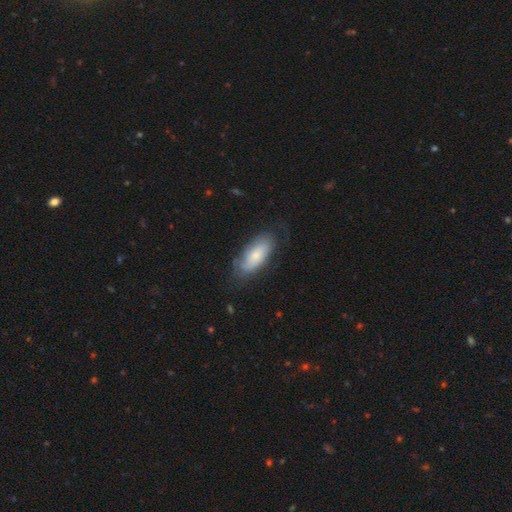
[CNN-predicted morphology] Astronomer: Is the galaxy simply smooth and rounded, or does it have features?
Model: smooth — 64%.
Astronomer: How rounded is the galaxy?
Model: in between — 83%.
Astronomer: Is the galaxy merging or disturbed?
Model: none — 65%.